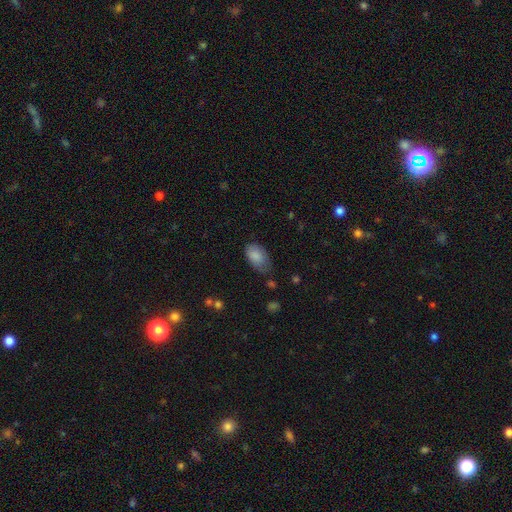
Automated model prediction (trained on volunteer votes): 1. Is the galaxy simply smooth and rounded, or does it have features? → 85% smooth, 8% featured or disk, 7% star or artifact.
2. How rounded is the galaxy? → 93% in between, 5% round, 2% cigar-shaped.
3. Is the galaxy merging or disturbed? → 58% none, 32% minor disturbance, 8% major disturbance, 2% merger.